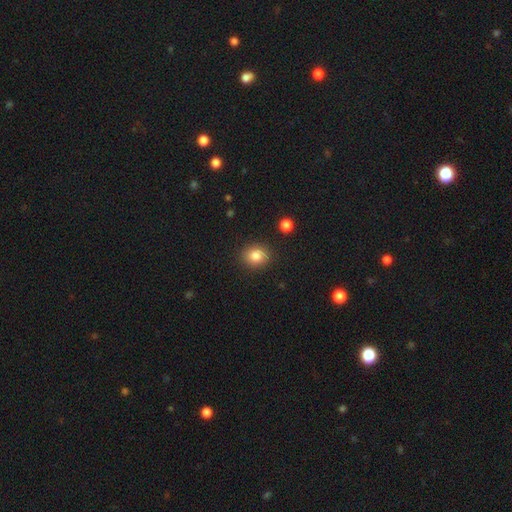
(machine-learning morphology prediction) Overall: smooth (83%). How rounded: round (64%; in between 35%). Merging: none (88%).